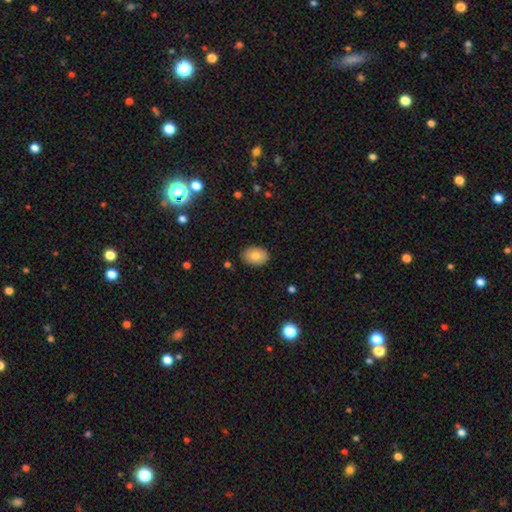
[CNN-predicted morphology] smooth 82%, featured or disk 11%, star or artifact 8%. Down the decision tree: how rounded — in between (83%); merging — none (87%).